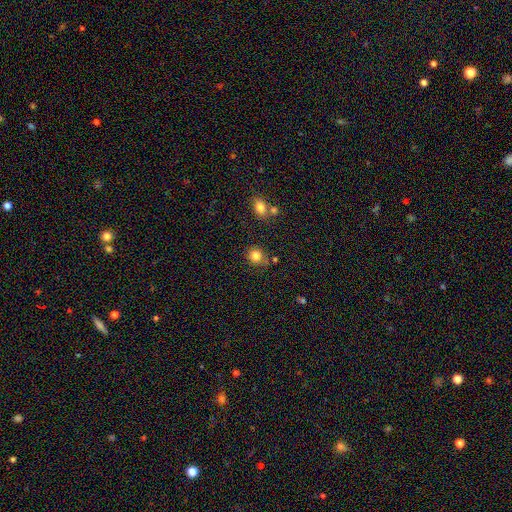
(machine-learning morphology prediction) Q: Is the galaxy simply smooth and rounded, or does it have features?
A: smooth — 82%.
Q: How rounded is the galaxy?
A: round — 85%.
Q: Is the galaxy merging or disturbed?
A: none — 75%.